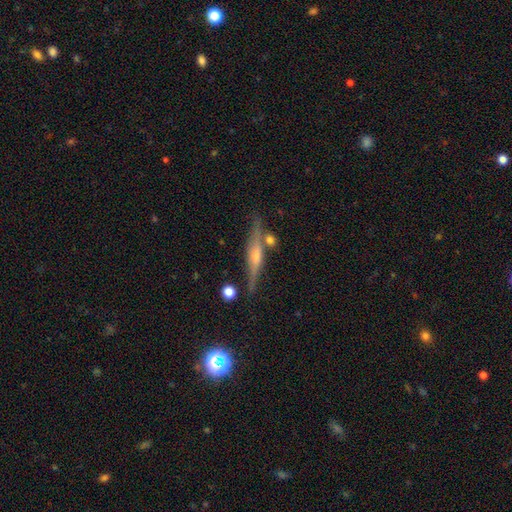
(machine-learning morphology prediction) Smooth or featured? Predicted: featured or disk (p=0.74). Edge-on disk? Predicted: yes (p=0.96). Edge-on bulge? Predicted: rounded (p=0.77). Merging? Predicted: none (p=0.79).